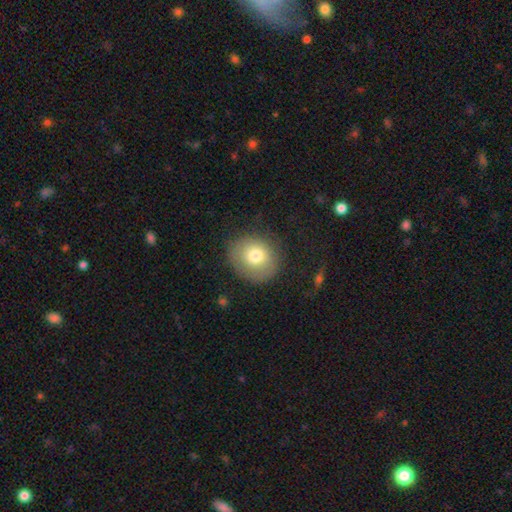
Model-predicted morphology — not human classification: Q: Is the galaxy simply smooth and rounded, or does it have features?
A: smooth — 75%.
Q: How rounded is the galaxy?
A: round — 82%.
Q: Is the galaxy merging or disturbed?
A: none — 80%.